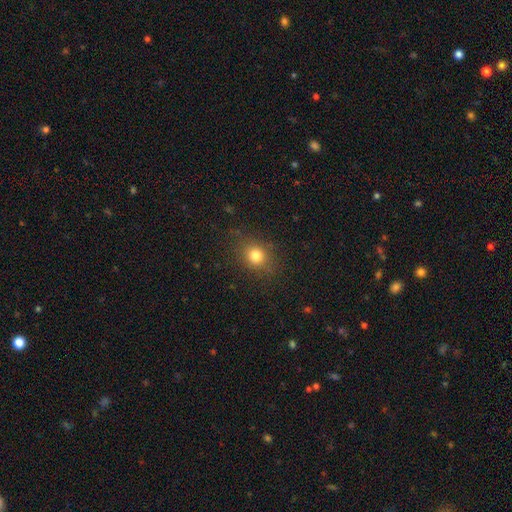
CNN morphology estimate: Smooth or featured?
  - smooth: 79% *
  - star or artifact: 14%
  - featured or disk: 7%
How rounded?
  - round: 74% *
  - in between: 25%
  - cigar-shaped: 1%
Merging?
  - none: 83% *
  - minor disturbance: 11%
  - major disturbance: 4%
  - merger: 1%